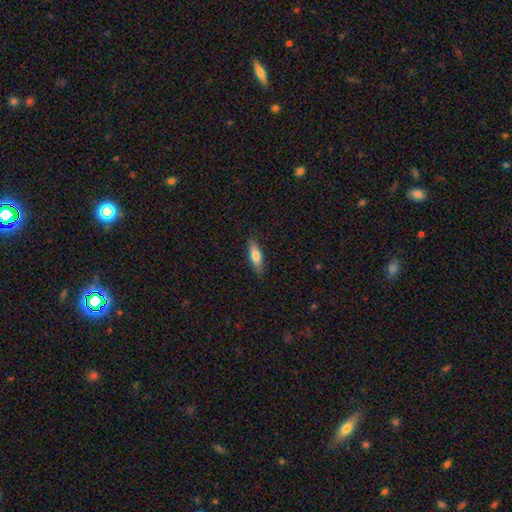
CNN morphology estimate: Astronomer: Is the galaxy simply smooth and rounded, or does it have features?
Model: smooth — 73%.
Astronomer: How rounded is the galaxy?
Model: cigar-shaped — 49% (runner-up: in between, 48%).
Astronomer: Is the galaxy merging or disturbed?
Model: none — 86%.